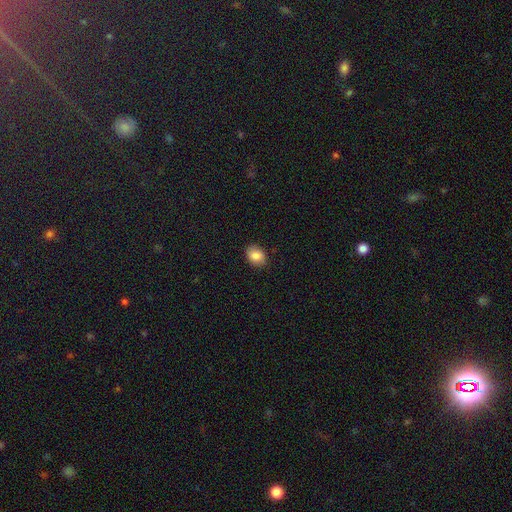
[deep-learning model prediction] Smooth or featured: smooth — 86% (star or artifact — 8%)
How rounded: in between — 63% (round — 36%)
Merging: none — 86% (minor disturbance — 11%)